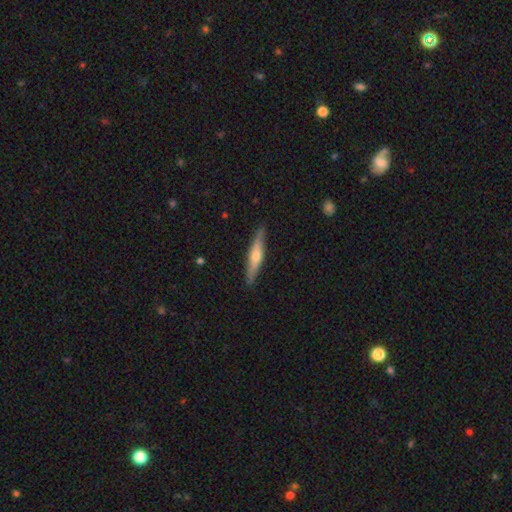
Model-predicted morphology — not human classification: Overall: featured or disk (56%; smooth 38%). Edge-on disk: yes (94%). Edge-on bulge: rounded (83%). Merging: none (88%).